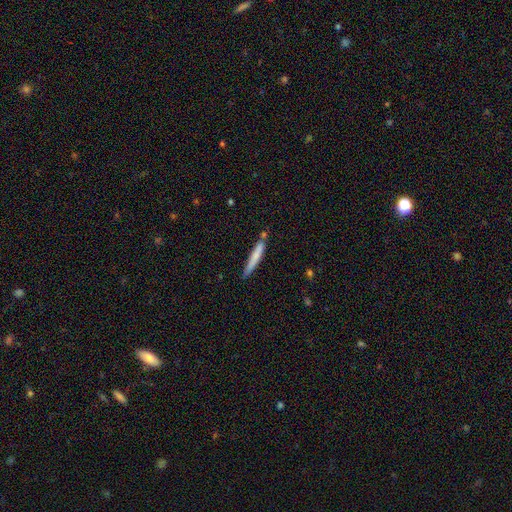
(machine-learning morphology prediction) smooth_or_featured: smooth (p=0.69) [alt: featured or disk p=0.24]
how_rounded: cigar-shaped (p=0.94) [alt: in between p=0.05]
merging: none (p=0.71) [alt: minor disturbance p=0.18]